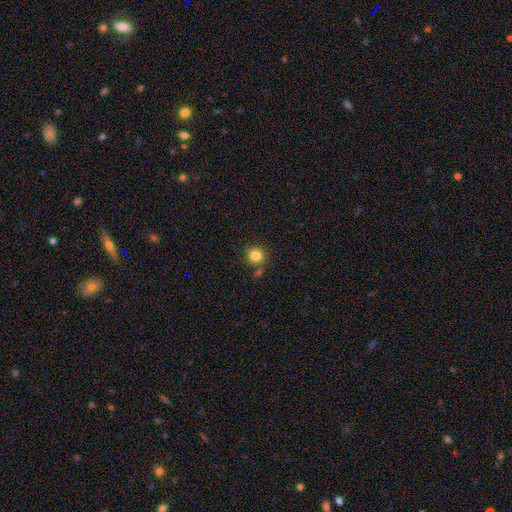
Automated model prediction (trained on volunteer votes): smooth_or_featured: smooth (p=0.83) [alt: star or artifact p=0.11]
how_rounded: round (p=0.88) [alt: in between p=0.11]
merging: none (p=0.75) [alt: merger p=0.11]